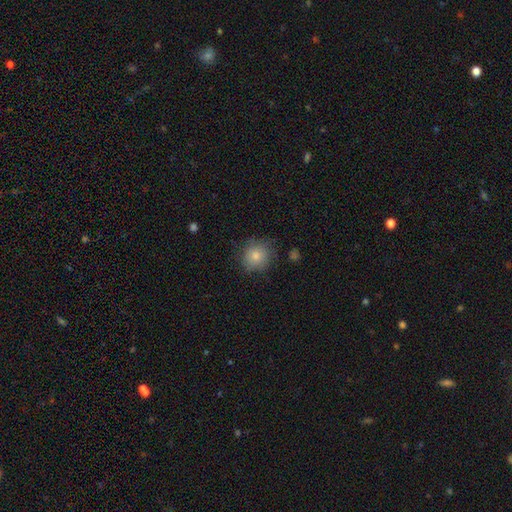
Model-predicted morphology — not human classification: smooth 76%, featured or disk 12%, star or artifact 12%. Down the decision tree: how rounded — round (87%); merging — none (79%).